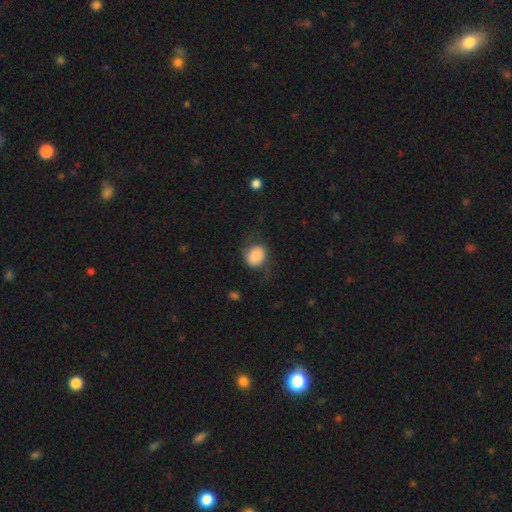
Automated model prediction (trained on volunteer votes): smooth-or-featured: smooth: 78% | featured or disk: 14% | star or artifact: 8%
  how-rounded: round: 58% | in between: 41% | cigar-shaped: 1%
  merging: none: 58% | minor disturbance: 24% | major disturbance: 16% | merger: 2%